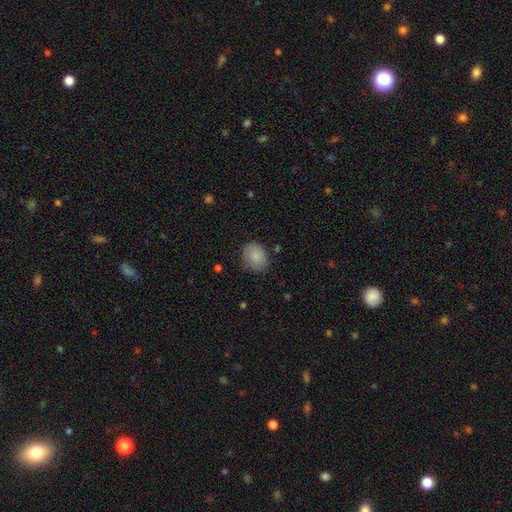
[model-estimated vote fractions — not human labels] smooth-or-featured: smooth: 85% | featured or disk: 8% | star or artifact: 7%
  how-rounded: round: 52% | in between: 47% | cigar-shaped: 1%
  merging: none: 70% | minor disturbance: 23% | major disturbance: 5% | merger: 2%